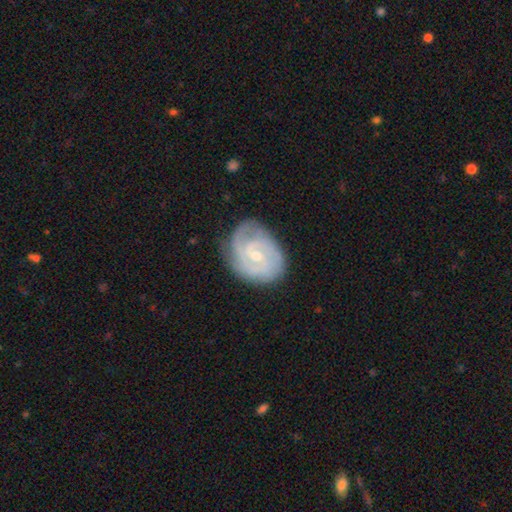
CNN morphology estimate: type=featured or disk (84%); edge-on=no (97%); bar=no (46%); spiral arms=yes (95%); winding=tight (61%); arm count=2 (37%); bulge=small (57%); merging=none (71%).